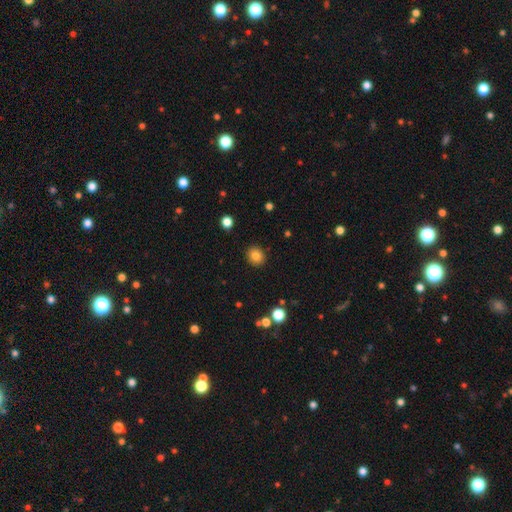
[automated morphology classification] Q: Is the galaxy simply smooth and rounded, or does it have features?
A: smooth — 83%.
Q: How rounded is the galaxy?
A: round — 77%.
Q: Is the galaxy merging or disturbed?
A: none — 90%.